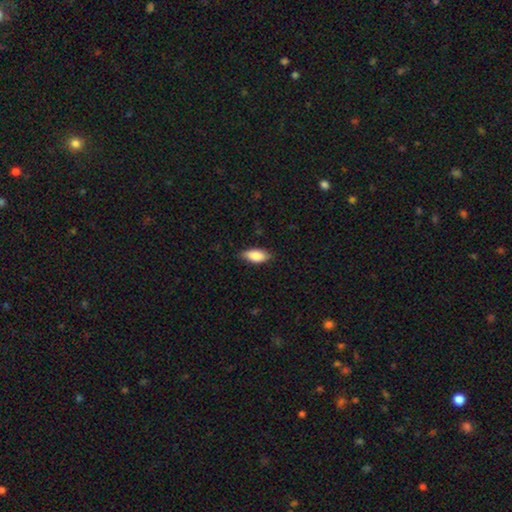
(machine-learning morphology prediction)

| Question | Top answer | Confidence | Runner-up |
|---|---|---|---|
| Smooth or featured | smooth | 85% | featured or disk (9%) |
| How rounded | in between | 88% | cigar-shaped (10%) |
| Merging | none | 82% | minor disturbance (15%) |